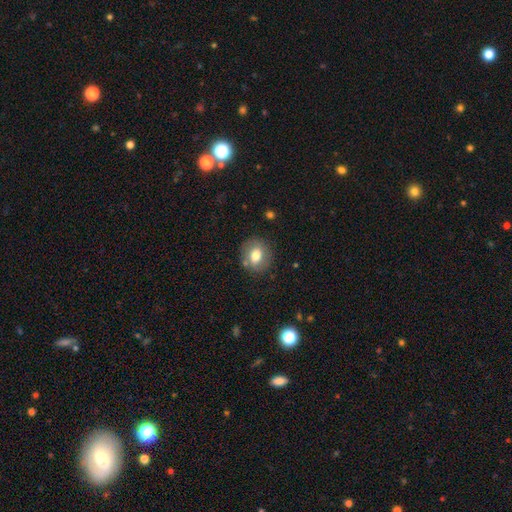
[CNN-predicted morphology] Smooth or featured? Predicted: smooth (p=0.72). How rounded? Predicted: round (p=0.67). Merging? Predicted: none (p=0.81).